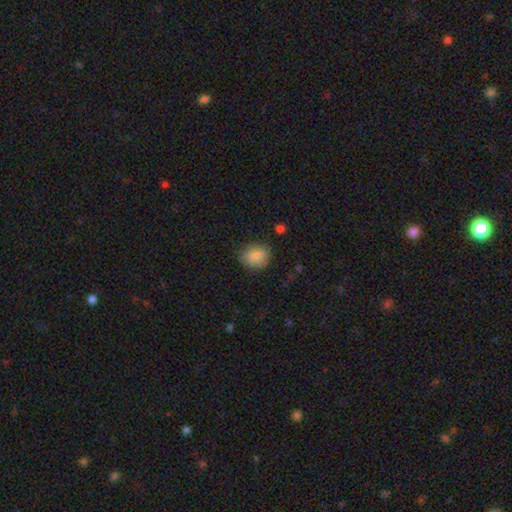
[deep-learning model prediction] A smooth galaxy with no disk features (83%) that is round (65%). Merging: none (73%).